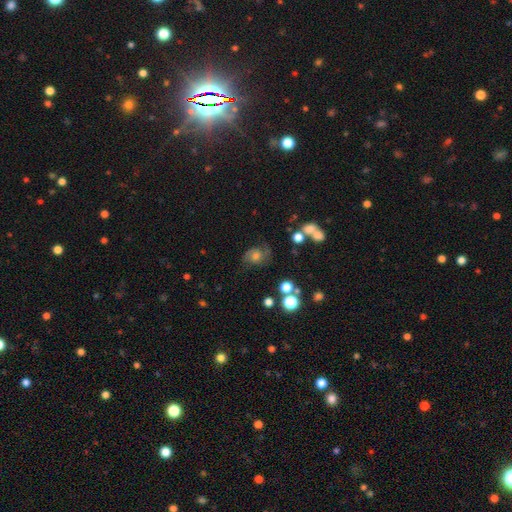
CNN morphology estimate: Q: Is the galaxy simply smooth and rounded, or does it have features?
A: featured or disk — 58%.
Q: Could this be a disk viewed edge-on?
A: no — 97%.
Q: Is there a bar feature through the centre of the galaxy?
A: no — 71%.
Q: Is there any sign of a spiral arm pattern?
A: yes — 87%.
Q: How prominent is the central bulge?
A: moderate — 55%.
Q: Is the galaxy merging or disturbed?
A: none — 64%.